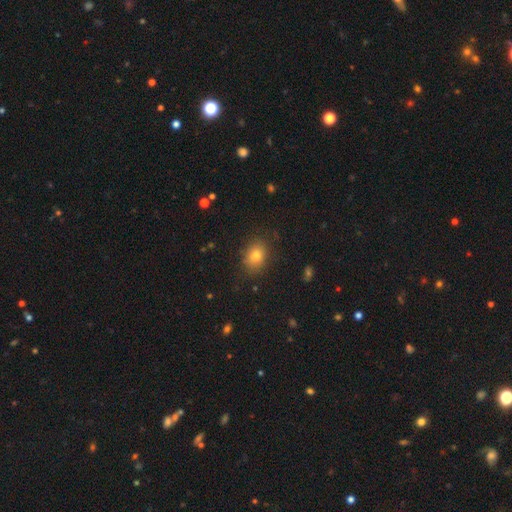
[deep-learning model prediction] Overall: smooth (79%). How rounded: in between (59%; round 40%). Merging: none (83%).